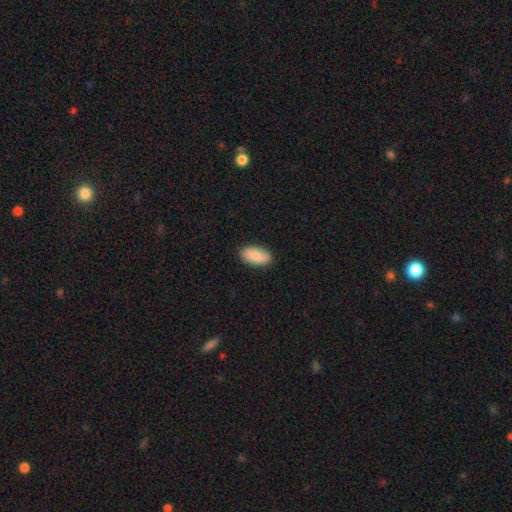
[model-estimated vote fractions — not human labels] Smooth or featured? smooth (82%)
How rounded? in between (93%)
Merging? none (87%)